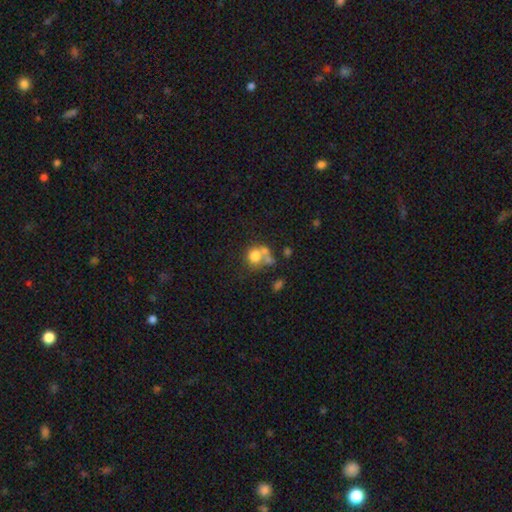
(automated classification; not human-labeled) This appears to be a smooth galaxy with no disk features (70%) that is round (77%). Merging: merger (46%).